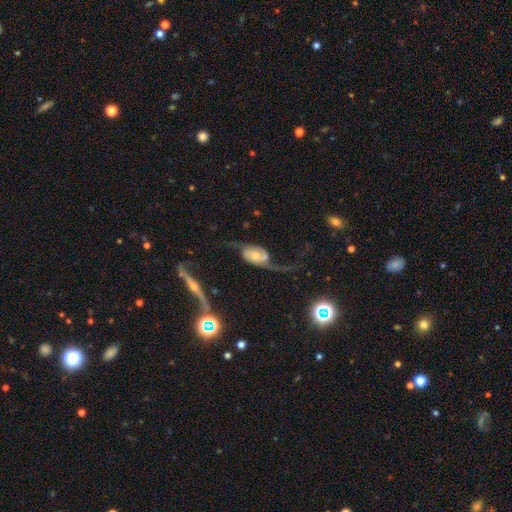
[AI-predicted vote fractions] The model was most divided on "merging": none: 38%, major disturbance: 33%, minor disturbance: 18%, merger: 10%. Remaining: edge-on disk — no (94%); spiral arms — yes (91%); spiral arm count — 2 (86%); smooth or featured — featured or disk (77%); spiral winding — loose (76%); bar — no (59%); bulge size — moderate (44%).